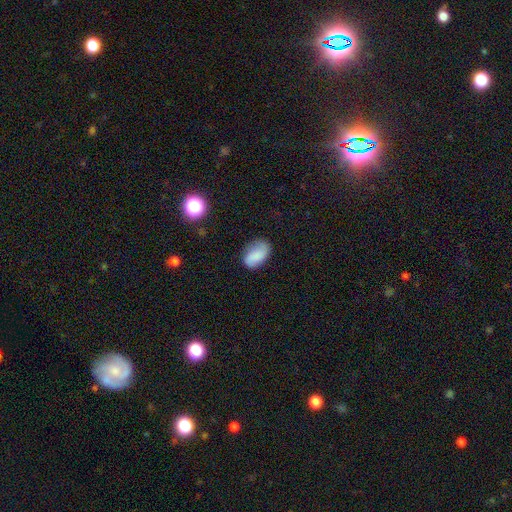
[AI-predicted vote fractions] Q: Smooth or featured?
A: smooth (74%); runner-up: featured or disk (17%)
Q: How rounded?
A: in between (91%); runner-up: round (7%)
Q: Merging?
A: none (67%); runner-up: minor disturbance (24%)